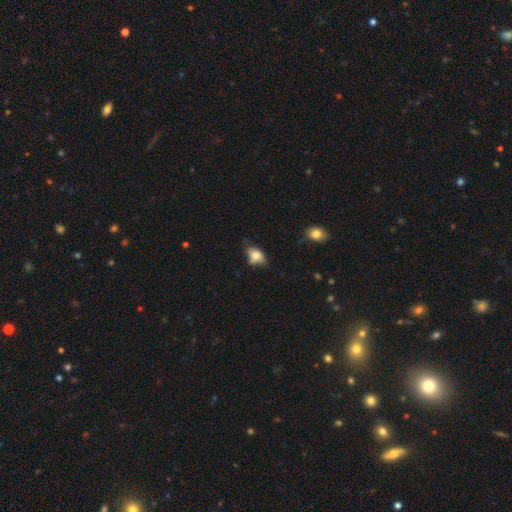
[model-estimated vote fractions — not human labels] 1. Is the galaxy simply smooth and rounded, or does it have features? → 73% smooth, 18% featured or disk, 9% star or artifact.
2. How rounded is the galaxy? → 80% in between, 17% round, 2% cigar-shaped.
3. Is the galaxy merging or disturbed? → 46% none, 36% minor disturbance, 11% major disturbance, 6% merger.